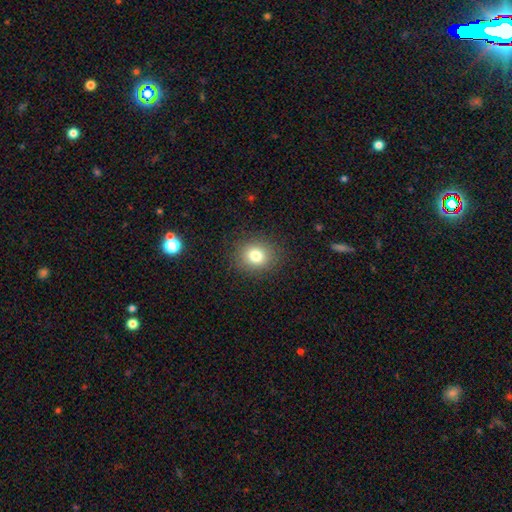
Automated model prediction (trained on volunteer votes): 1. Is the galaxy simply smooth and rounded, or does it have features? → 79% smooth, 12% star or artifact, 8% featured or disk.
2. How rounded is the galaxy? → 76% round, 23% in between, 1% cigar-shaped.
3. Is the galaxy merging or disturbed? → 88% none, 8% minor disturbance, 3% major disturbance, 1% merger.